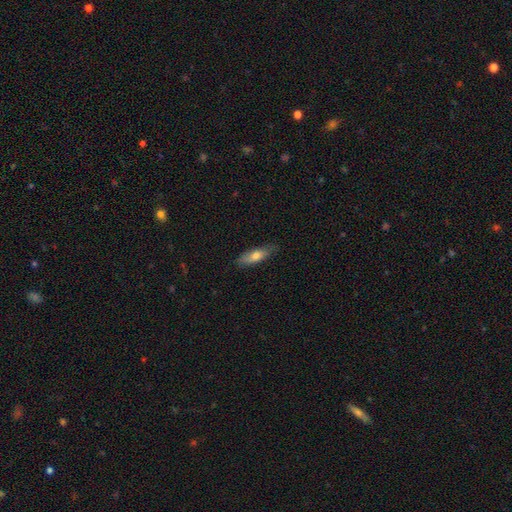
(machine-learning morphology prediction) Smooth or featured? Predicted: smooth (p=0.71). How rounded? Predicted: in between (p=0.54). Merging? Predicted: none (p=0.78).